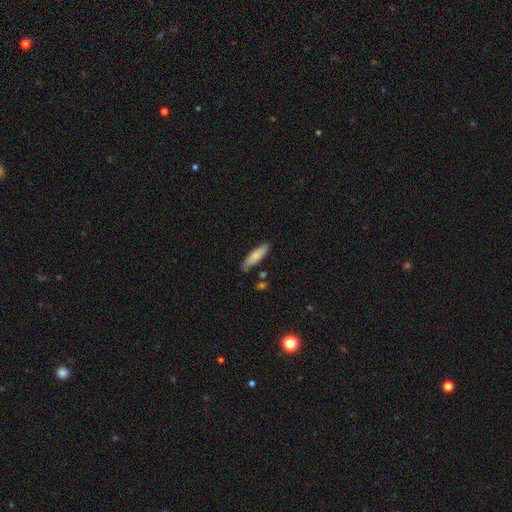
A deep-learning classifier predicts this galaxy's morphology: smooth 79%, featured or disk 15%, star or artifact 6%. Down the decision tree: how rounded — cigar-shaped (60%); merging — none (78%).